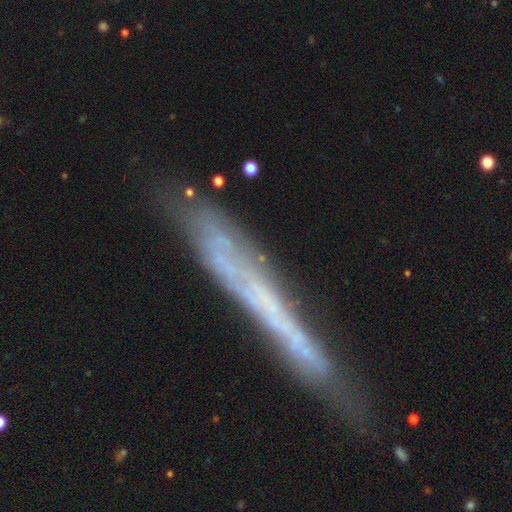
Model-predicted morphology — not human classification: smooth_or_featured: featured or disk (p=0.64) [alt: smooth p=0.27]
disk_edge_on: yes (p=0.80) [alt: no p=0.20]
edge_on_bulge: none (p=0.87) [alt: rounded p=0.07]
merging: none (p=0.68) [alt: minor disturbance p=0.21]